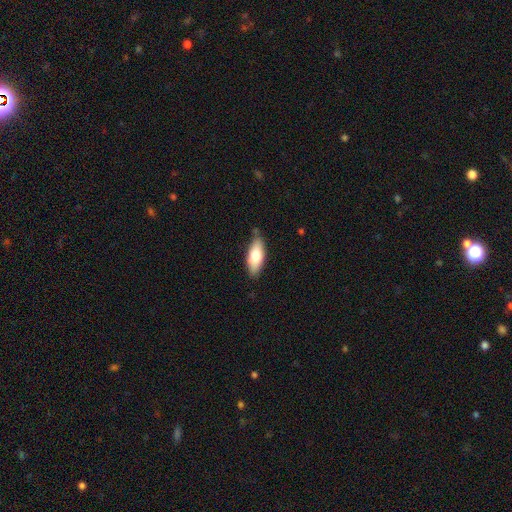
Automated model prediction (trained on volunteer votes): Smooth or featured? Predicted: smooth (p=0.69). How rounded? Predicted: in between (p=0.78). Merging? Predicted: none (p=0.78).